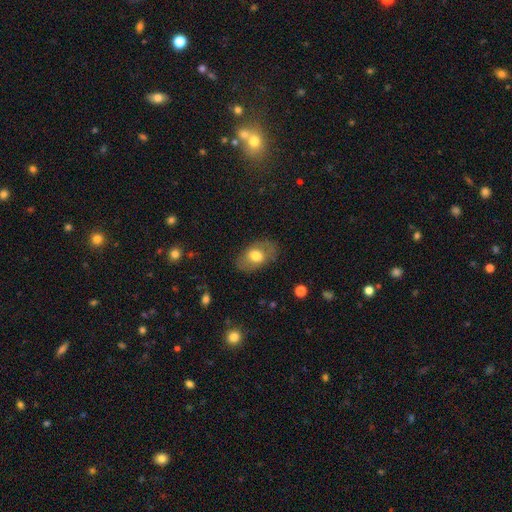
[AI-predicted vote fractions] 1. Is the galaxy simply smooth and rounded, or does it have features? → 66% smooth, 27% featured or disk, 8% star or artifact.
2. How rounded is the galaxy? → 86% in between, 12% round, 1% cigar-shaped.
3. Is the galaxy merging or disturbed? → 75% none, 17% minor disturbance, 7% major disturbance, 1% merger.